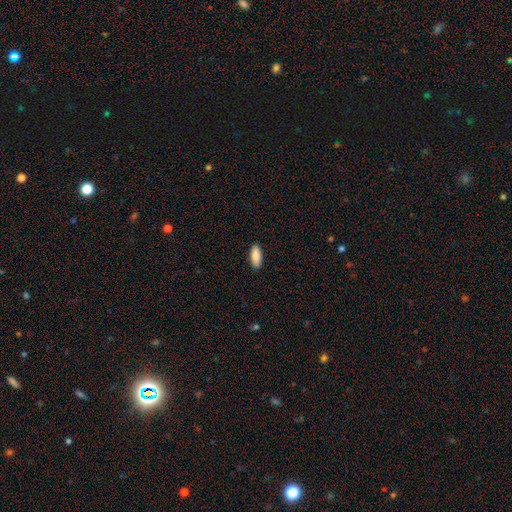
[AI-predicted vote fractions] Smooth or featured: smooth — 89% (star or artifact — 6%)
How rounded: in between — 80% (cigar-shaped — 18%)
Merging: none — 90% (minor disturbance — 7%)